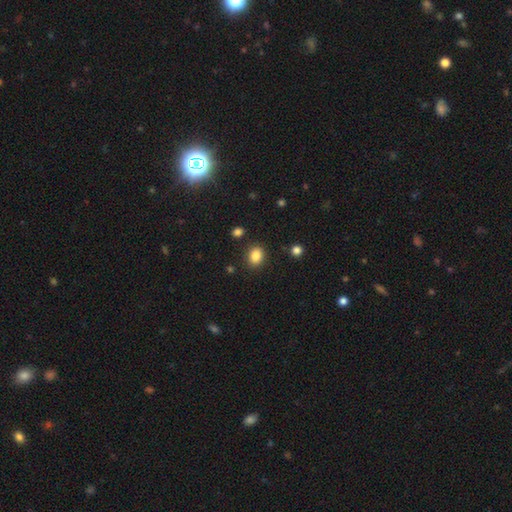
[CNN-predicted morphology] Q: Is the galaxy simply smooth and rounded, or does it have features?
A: smooth — 86%.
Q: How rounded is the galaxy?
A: in between — 54%.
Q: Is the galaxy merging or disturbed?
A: none — 85%.